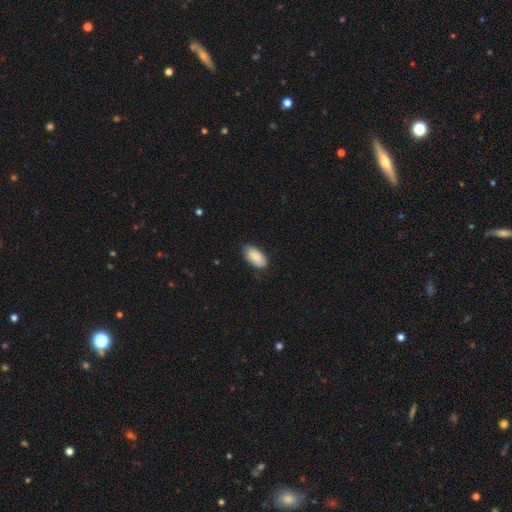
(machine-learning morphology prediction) Smooth or featured?
  - smooth: 84% *
  - featured or disk: 10%
  - star or artifact: 6%
How rounded?
  - in between: 95% *
  - cigar-shaped: 3%
  - round: 2%
Merging?
  - none: 80% *
  - minor disturbance: 16%
  - major disturbance: 3%
  - merger: 1%